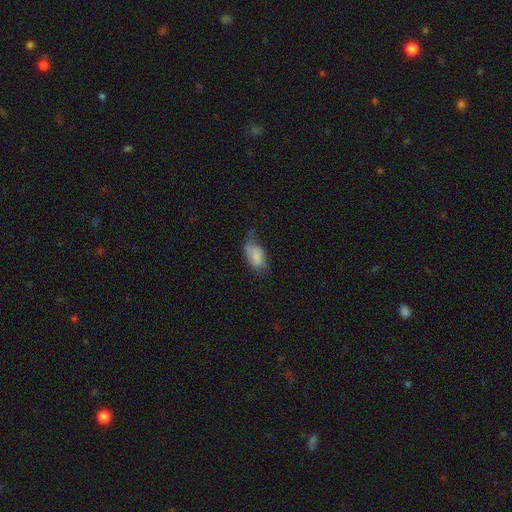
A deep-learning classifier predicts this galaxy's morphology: The model was most divided on "merging": minor disturbance: 35%, none: 34%, major disturbance: 28%, merger: 2%. More confident: how rounded — in between (93%); smooth or featured — smooth (66%).